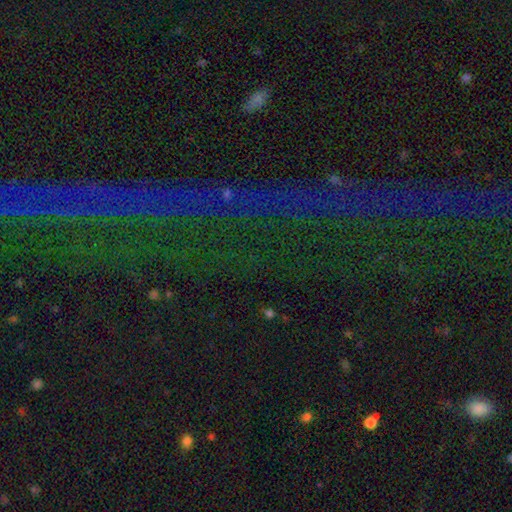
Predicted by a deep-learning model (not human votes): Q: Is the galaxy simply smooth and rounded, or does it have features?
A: star or artifact — 76%.